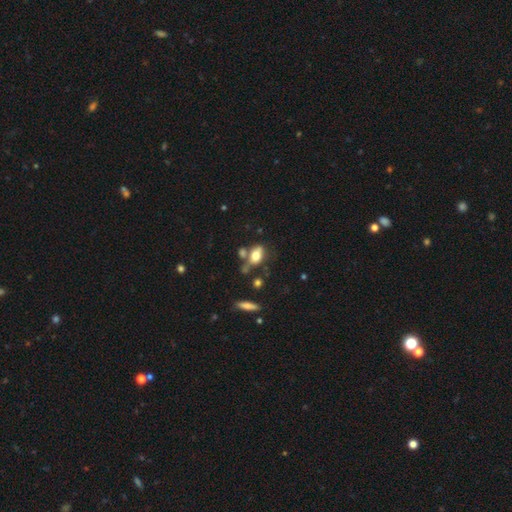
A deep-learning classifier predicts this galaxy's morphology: smooth-or-featured: smooth: 71% | featured or disk: 19% | star or artifact: 10%
  how-rounded: in between: 83% | round: 11% | cigar-shaped: 6%
  merging: none: 46% | merger: 26% | minor disturbance: 19% | major disturbance: 9%